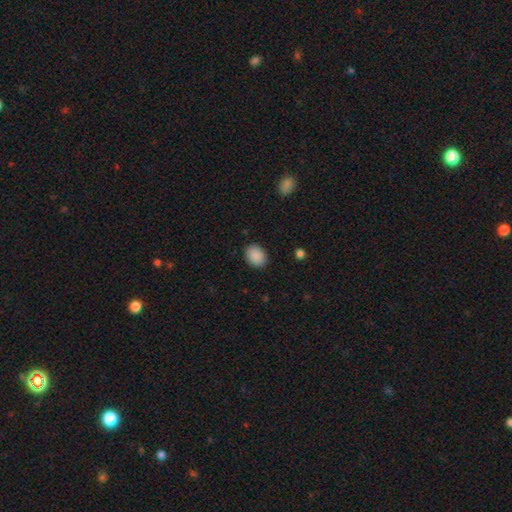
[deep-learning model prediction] smooth_or_featured: smooth (p=0.90) [alt: star or artifact p=0.07]
how_rounded: in between (p=0.59) [alt: round p=0.40]
merging: none (p=0.88) [alt: minor disturbance p=0.08]